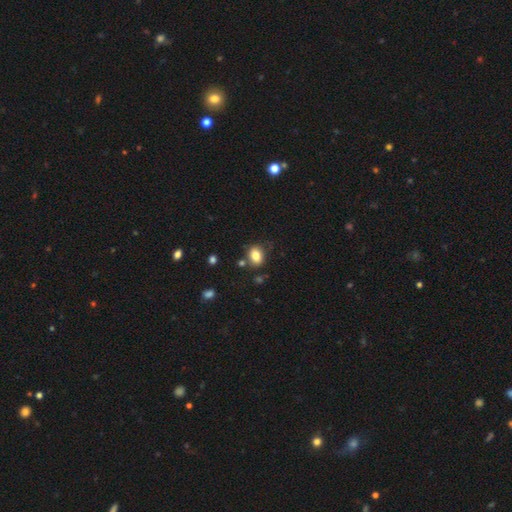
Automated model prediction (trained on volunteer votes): Smooth or featured: smooth — 83% (star or artifact — 10%)
How rounded: in between — 63% (round — 36%)
Merging: none — 73% (minor disturbance — 16%)